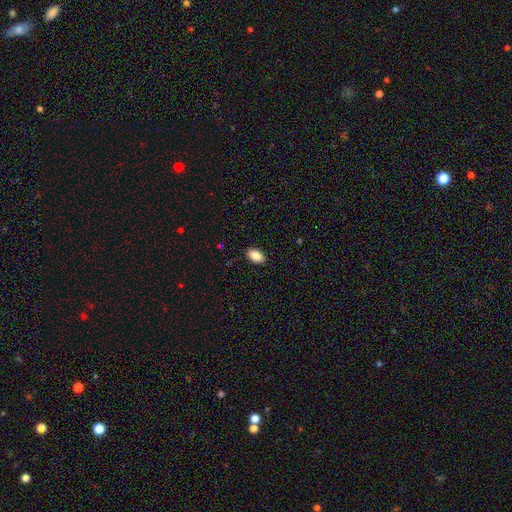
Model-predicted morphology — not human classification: Smooth or featured?
  - smooth: 88% *
  - star or artifact: 7%
  - featured or disk: 5%
How rounded?
  - in between: 92% *
  - round: 6%
  - cigar-shaped: 2%
Merging?
  - none: 89% *
  - minor disturbance: 8%
  - major disturbance: 2%
  - merger: 1%